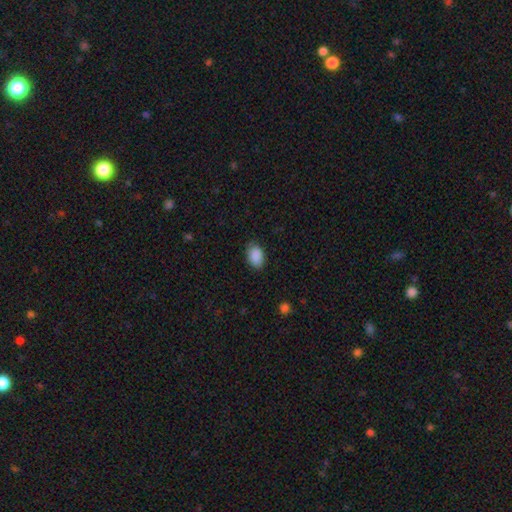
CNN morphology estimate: Overall: smooth (89%). How rounded: in between (87%). Merging: none (81%).